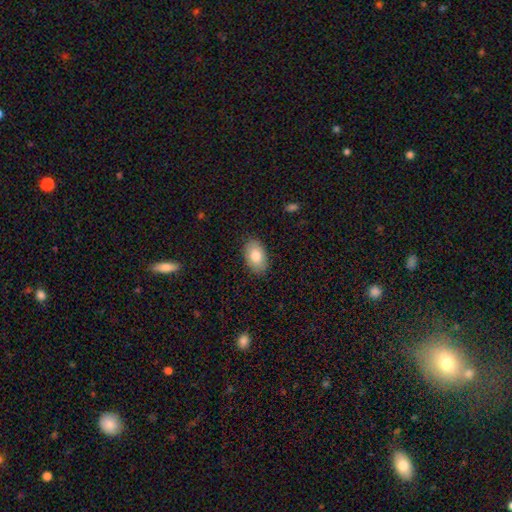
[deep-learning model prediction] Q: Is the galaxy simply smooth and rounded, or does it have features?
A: smooth — 83%.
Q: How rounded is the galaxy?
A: in between — 92%.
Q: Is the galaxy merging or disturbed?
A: none — 87%.